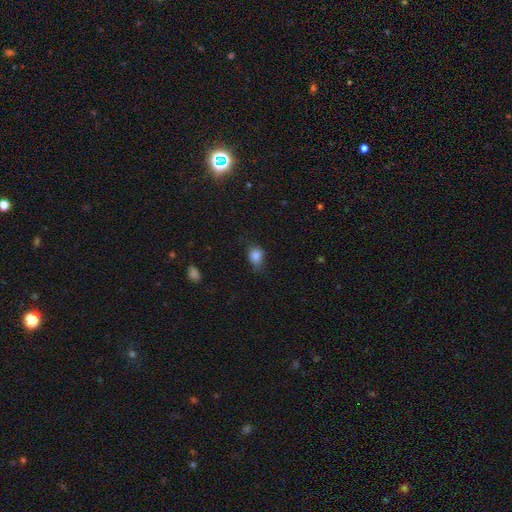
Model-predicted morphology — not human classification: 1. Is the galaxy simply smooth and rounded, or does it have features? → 83% smooth, 10% star or artifact, 7% featured or disk.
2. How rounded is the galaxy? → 57% in between, 41% round, 1% cigar-shaped.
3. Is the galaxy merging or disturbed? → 57% none, 33% minor disturbance, 9% major disturbance, 2% merger.